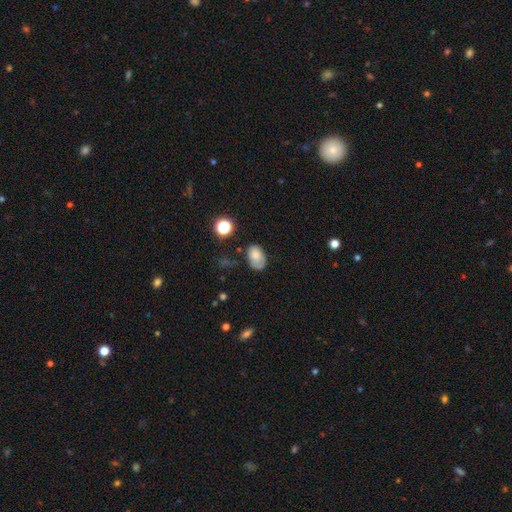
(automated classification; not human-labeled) The model was most divided on "merging": none: 58%, minor disturbance: 29%, major disturbance: 10%, merger: 4%. More confident: how rounded — in between (85%); smooth or featured — smooth (76%).